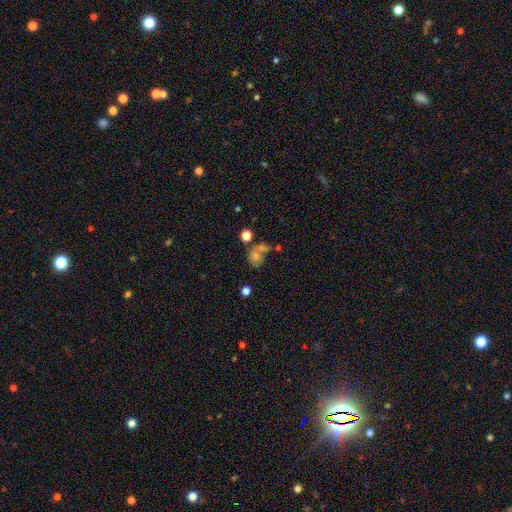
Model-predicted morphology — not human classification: smooth 59%, featured or disk 22%, star or artifact 19%. Down the decision tree: how rounded — round (59%); merging — none (41%).